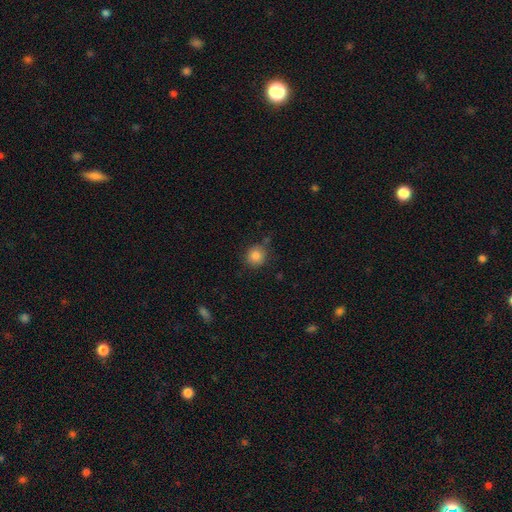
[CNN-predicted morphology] This is clearly a smooth galaxy (85%). How rounded: clearly round (89%). Merging: likely none (79%).